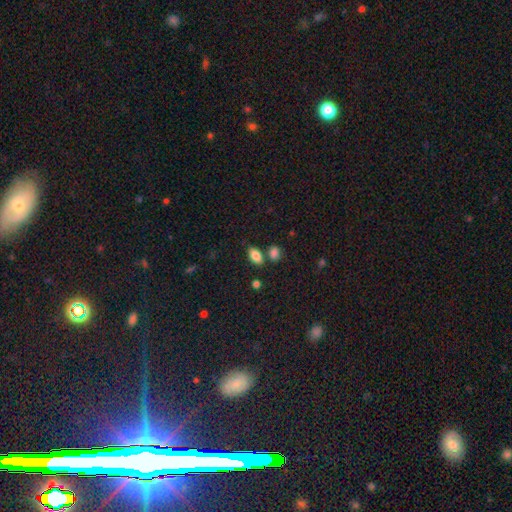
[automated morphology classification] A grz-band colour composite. It shows a smooth galaxy with no disk features (85%) that is in between round and cigar-shaped (90%). Merging: none (71%).